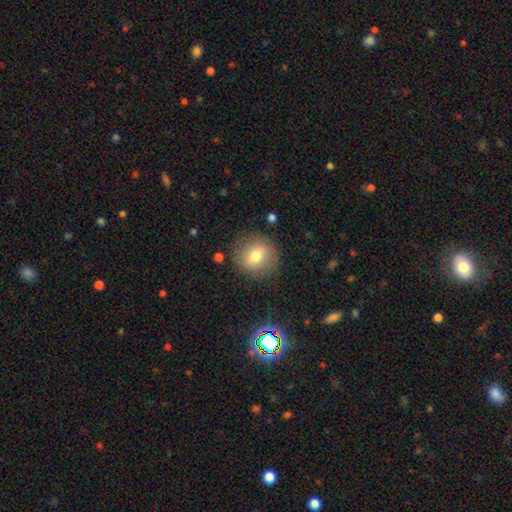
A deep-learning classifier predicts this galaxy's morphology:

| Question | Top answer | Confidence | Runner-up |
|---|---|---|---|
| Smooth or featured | smooth | 71% | featured or disk (19%) |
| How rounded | round | 88% | in between (11%) |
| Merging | none | 84% | minor disturbance (10%) |